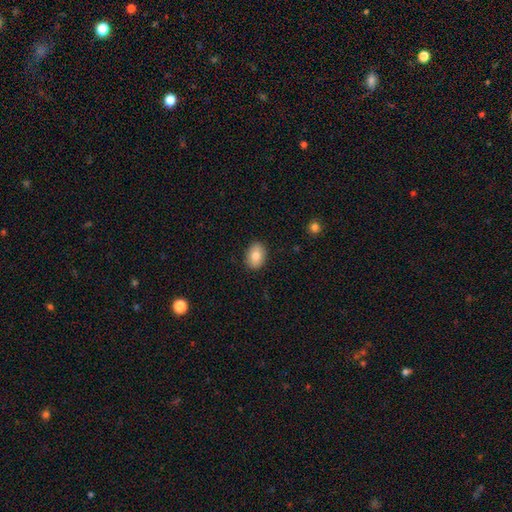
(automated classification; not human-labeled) This is clearly a smooth galaxy (80%). How rounded: likely in between (75%). Merging: clearly none (89%).